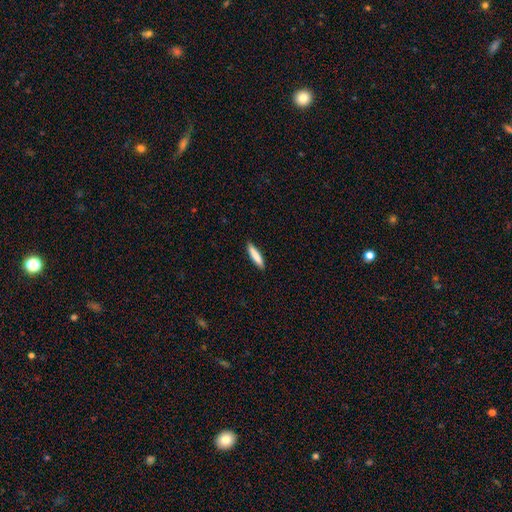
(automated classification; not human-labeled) A smooth galaxy with no disk features (83%) that is cigar-shaped (86%).

Vote fractions:
- Smooth or featured? smooth: 83% / featured or disk: 11% / star or artifact: 6%
- How rounded? cigar-shaped: 86% / in between: 13% / round: 1%
- Merging? none: 90% / minor disturbance: 8% / major disturbance: 2% / merger: 1%